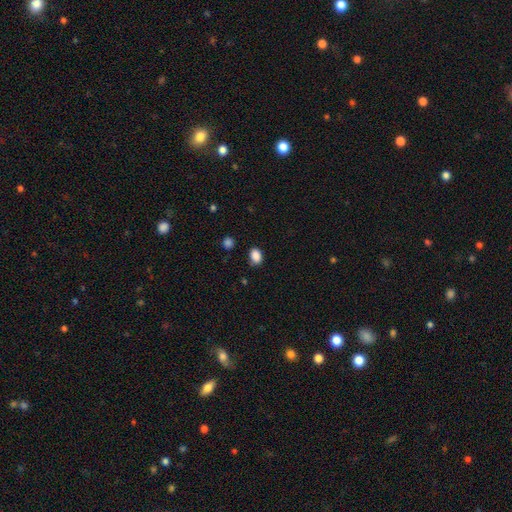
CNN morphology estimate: Smooth or featured?
  - smooth: 88% *
  - star or artifact: 9%
  - featured or disk: 3%
How rounded?
  - in between: 78% *
  - round: 21%
  - cigar-shaped: 1%
Merging?
  - none: 80% *
  - minor disturbance: 15%
  - major disturbance: 3%
  - merger: 2%